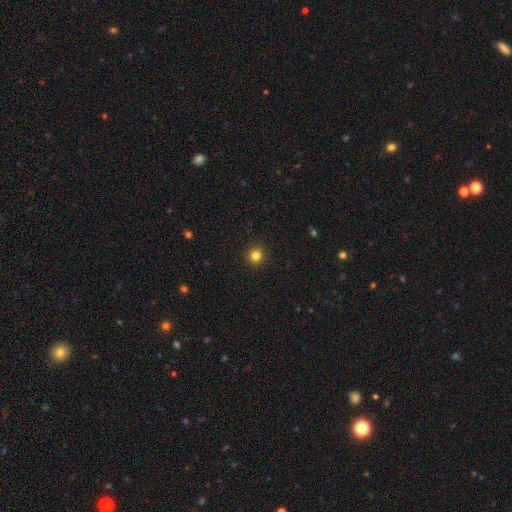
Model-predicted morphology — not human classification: Smooth or featured? Predicted: smooth (p=0.83). How rounded? Predicted: round (p=0.94). Merging? Predicted: none (p=0.93).